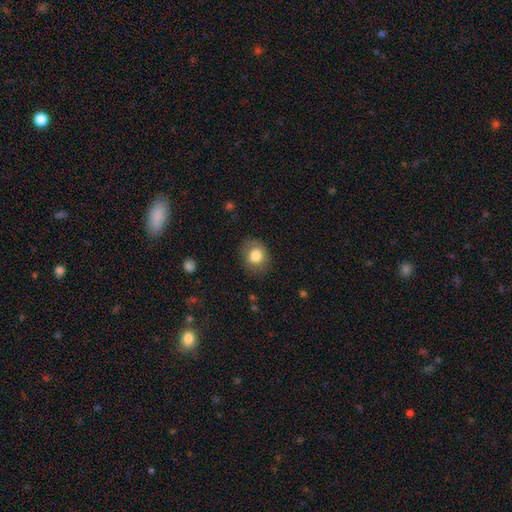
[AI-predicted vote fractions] Smooth or featured? Predicted: smooth (p=0.81). How rounded? Predicted: round (p=0.65). Merging? Predicted: none (p=0.82).